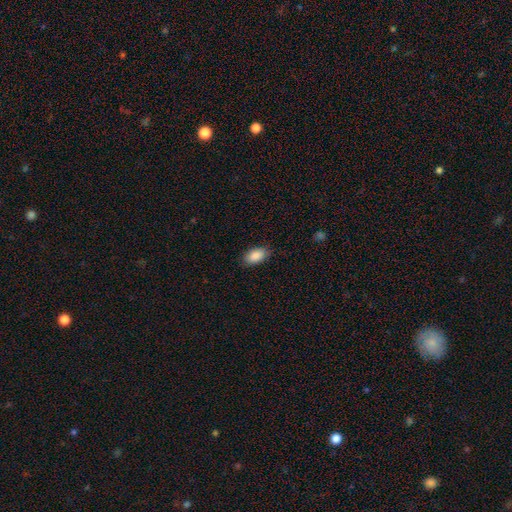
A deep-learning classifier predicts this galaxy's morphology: smooth-or-featured: smooth: 89% | star or artifact: 7% | featured or disk: 4%
  how-rounded: in between: 94% | round: 4% | cigar-shaped: 3%
  merging: none: 85% | minor disturbance: 12% | major disturbance: 3% | merger: 1%